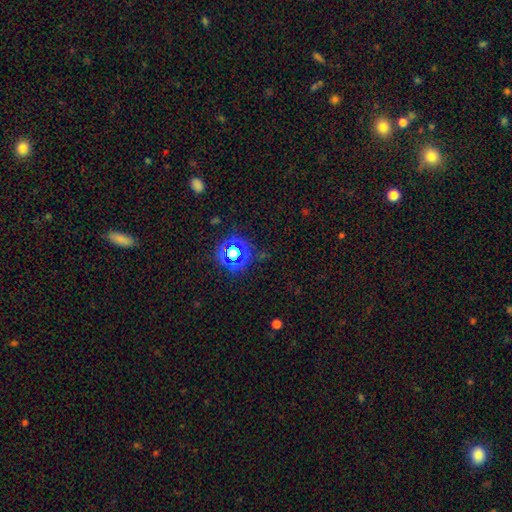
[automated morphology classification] This is possibly a star or artifact rather than a galaxy (54%).